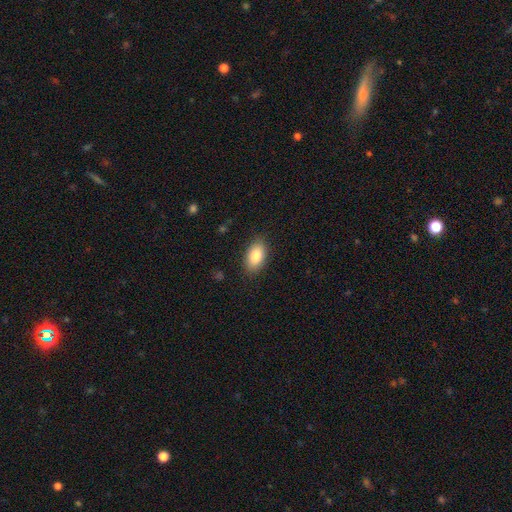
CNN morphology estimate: Smooth or featured? smooth (82%)
How rounded? in between (91%)
Merging? none (86%)